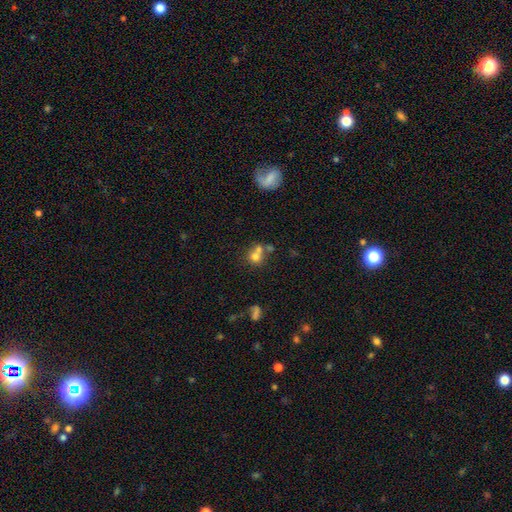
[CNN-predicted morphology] Smooth or featured? Predicted: smooth (p=0.69). How rounded? Predicted: round (p=0.82). Merging? Predicted: merger (p=0.49).